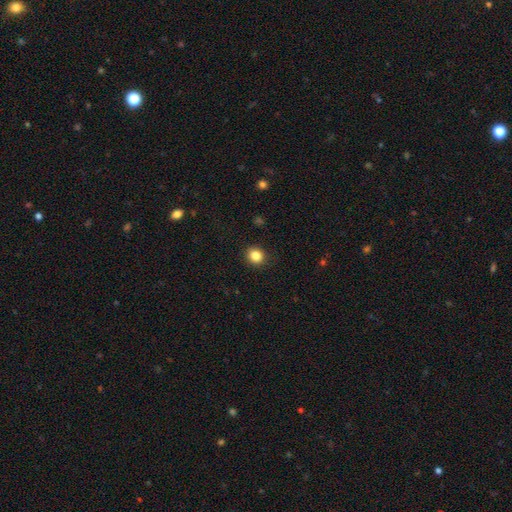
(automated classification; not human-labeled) A smooth galaxy with no disk features (85%) that is round (81%).

Vote fractions:
- Smooth or featured? smooth: 85% / star or artifact: 11% / featured or disk: 5%
- How rounded? round: 81% / in between: 18% / cigar-shaped: 1%
- Merging? none: 90% / minor disturbance: 7% / major disturbance: 2% / merger: 1%